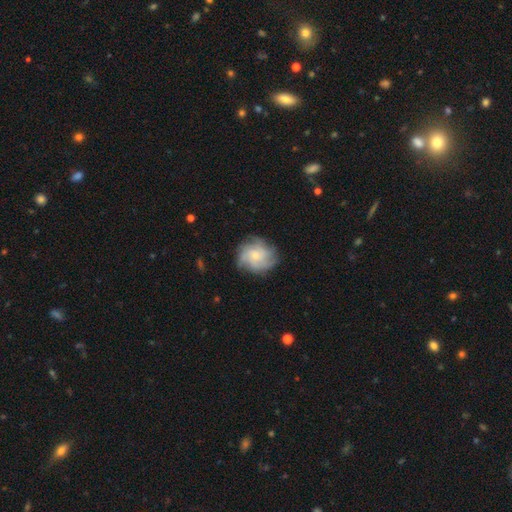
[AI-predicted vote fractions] A featured or disk galaxy (66%) with no bar (79%), tight (47%) spiral arms (92%) and a small central bulge (67%). Merging: none (75%).